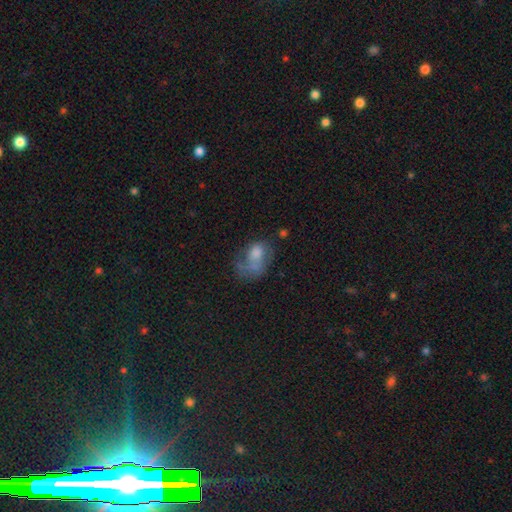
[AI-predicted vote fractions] Overall: smooth (52%; featured or disk 38%). How rounded: in between (77%). Merging: major disturbance (43%; none 26%).